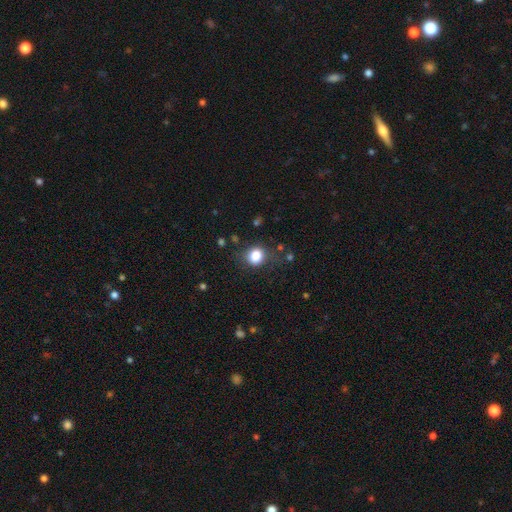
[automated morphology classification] Smooth or featured?
  - smooth: 82% *
  - star or artifact: 11%
  - featured or disk: 7%
How rounded?
  - round: 66% *
  - in between: 33%
  - cigar-shaped: 1%
Merging?
  - none: 74% *
  - minor disturbance: 17%
  - major disturbance: 6%
  - merger: 2%